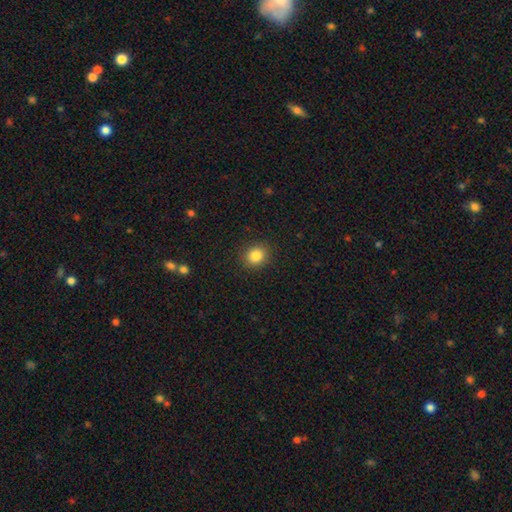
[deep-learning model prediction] This appears to be a smooth galaxy with no disk features (85%) that is round (78%). Merging: none (90%).